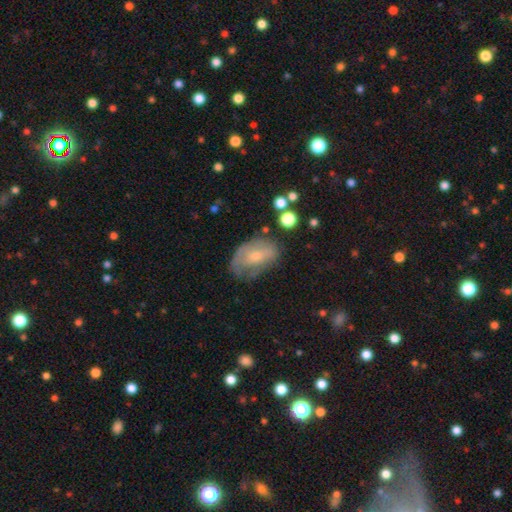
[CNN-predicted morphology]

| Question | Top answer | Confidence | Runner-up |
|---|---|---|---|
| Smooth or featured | featured or disk | 47% | smooth (43%) |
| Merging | none | 49% | minor disturbance (32%) |